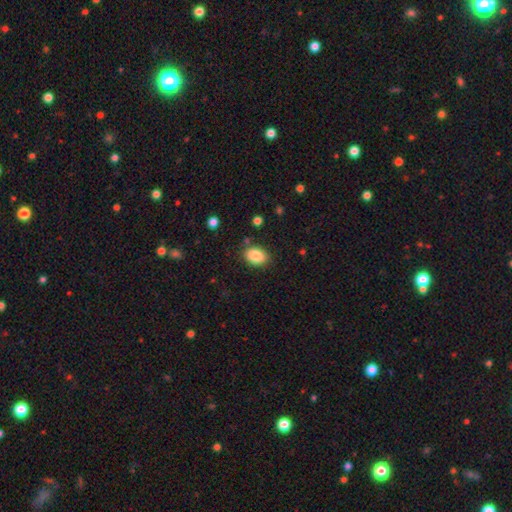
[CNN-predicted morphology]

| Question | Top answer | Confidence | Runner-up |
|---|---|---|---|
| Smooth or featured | smooth | 87% | star or artifact (8%) |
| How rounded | in between | 79% | round (20%) |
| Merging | none | 84% | minor disturbance (11%) |